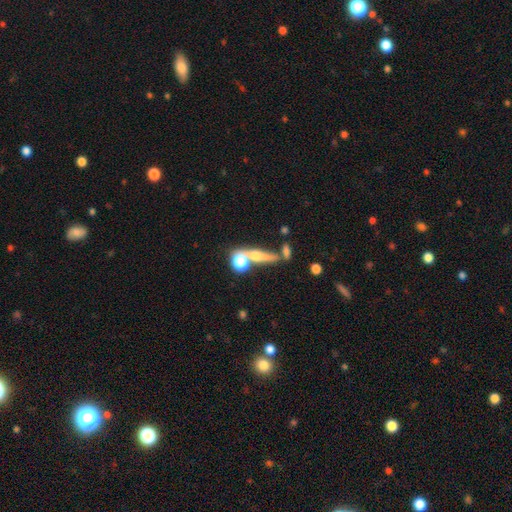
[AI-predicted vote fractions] Smooth or featured? Predicted: smooth (p=0.44). Merging? Predicted: none (p=0.55).